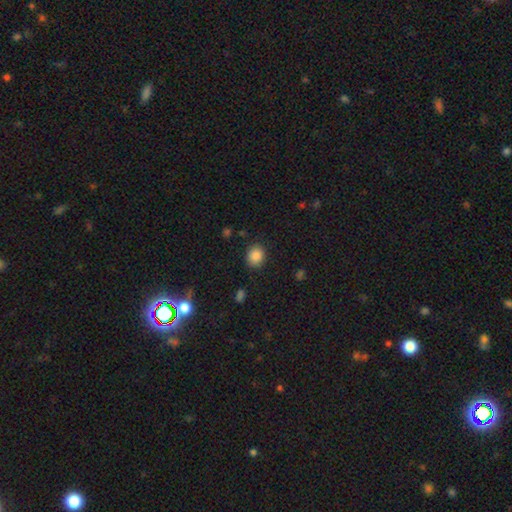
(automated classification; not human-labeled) Smooth or featured: smooth — 86% (star or artifact — 10%)
How rounded: round — 66% (in between — 33%)
Merging: none — 85% (minor disturbance — 10%)